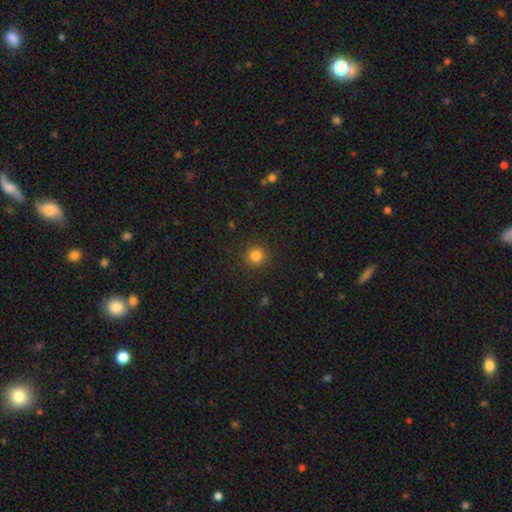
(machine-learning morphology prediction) smooth_or_featured: smooth (p=0.84) [alt: star or artifact p=0.12]
how_rounded: round (p=0.94) [alt: in between p=0.05]
merging: none (p=0.91) [alt: minor disturbance p=0.06]